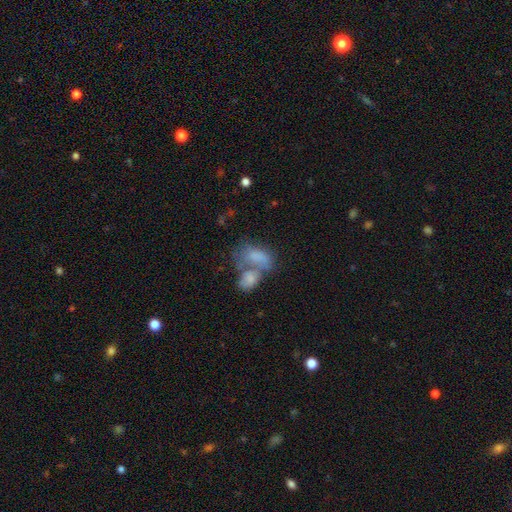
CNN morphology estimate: smooth-or-featured: smooth: 70% | featured or disk: 20% | star or artifact: 10%
  how-rounded: in between: 87% | round: 10% | cigar-shaped: 3%
  merging: merger: 63% | none: 16% | major disturbance: 11% | minor disturbance: 10%